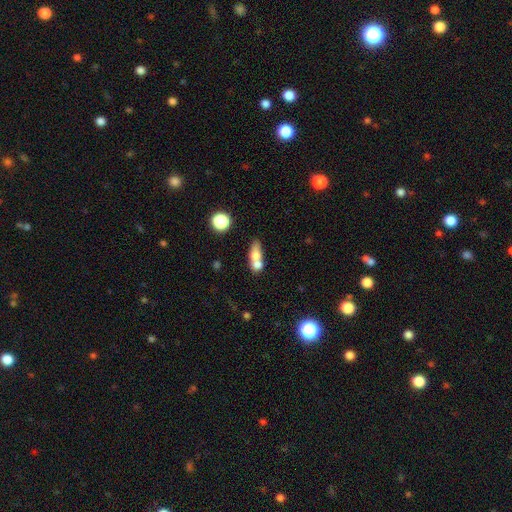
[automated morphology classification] smooth 66%, featured or disk 24%, star or artifact 11%. Down the decision tree: how rounded — in between (54%); merging — merger (59%).